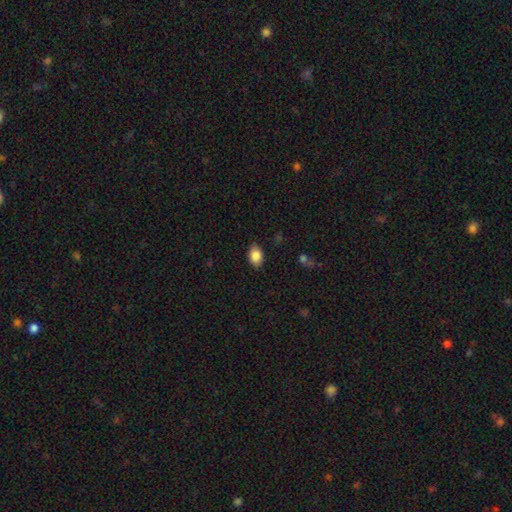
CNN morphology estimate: A smooth galaxy with no disk features (85%) that is in between round and cigar-shaped (82%).

Vote fractions:
- Smooth or featured? smooth: 85% / star or artifact: 8% / featured or disk: 7%
- How rounded? in between: 82% / round: 17% / cigar-shaped: 1%
- Merging? none: 84% / minor disturbance: 12% / major disturbance: 3% / merger: 1%